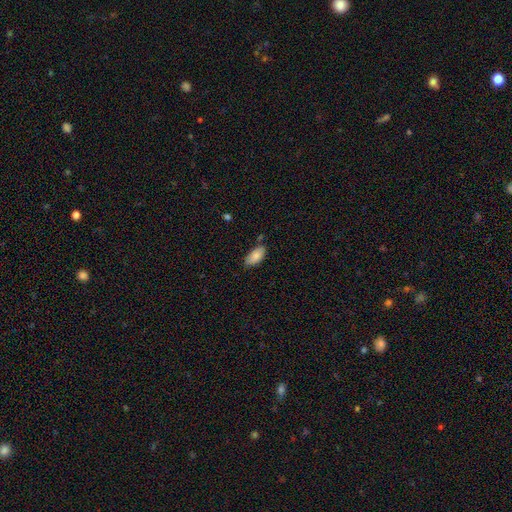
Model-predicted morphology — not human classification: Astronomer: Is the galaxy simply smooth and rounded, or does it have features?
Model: smooth — 84%.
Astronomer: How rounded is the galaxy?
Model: in between — 92%.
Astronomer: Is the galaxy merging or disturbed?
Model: none — 70%.